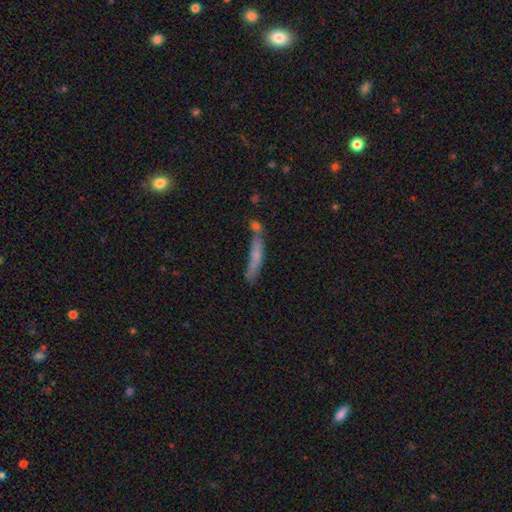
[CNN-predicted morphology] smooth 55%, featured or disk 35%, star or artifact 10%. Down the decision tree: how rounded — cigar-shaped (89%); merging — none (53%).